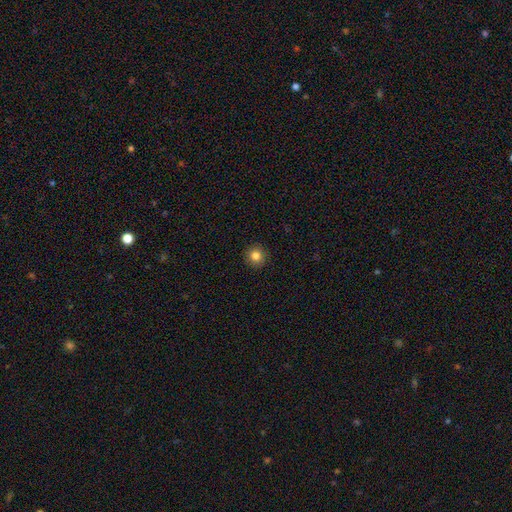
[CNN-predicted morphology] A smooth galaxy with no disk features (84%) that is round (92%). Merging: none (91%).